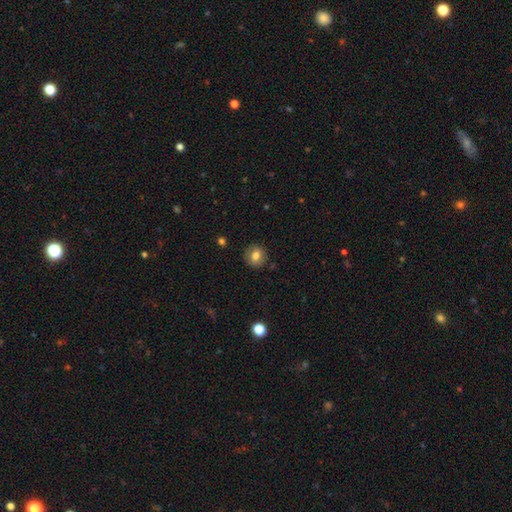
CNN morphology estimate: Smooth or featured: smooth — 77% (featured or disk — 14%)
How rounded: round — 87% (in between — 12%)
Merging: none — 87% (minor disturbance — 9%)